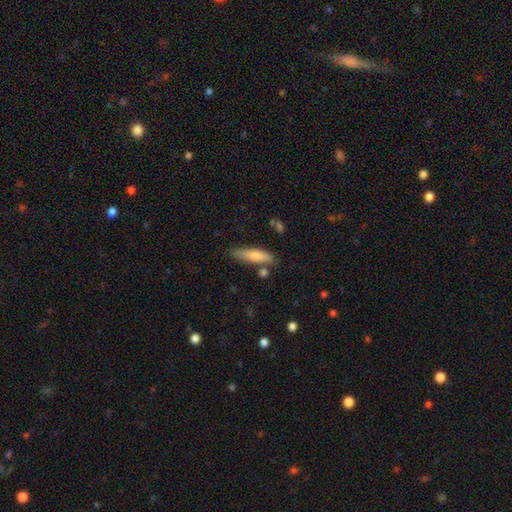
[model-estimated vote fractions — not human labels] Smooth or featured? Predicted: smooth (p=0.75). How rounded? Predicted: cigar-shaped (p=0.71). Merging? Predicted: none (p=0.74).